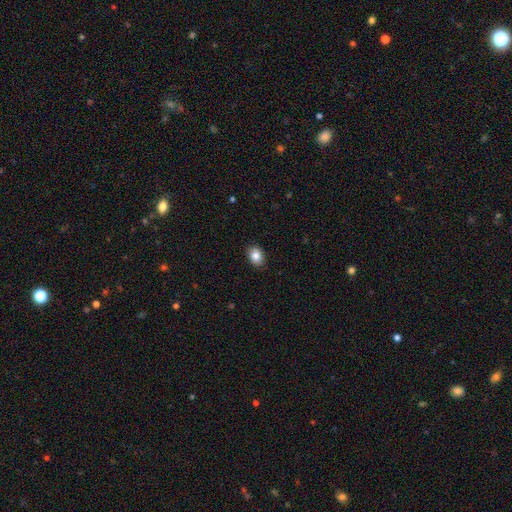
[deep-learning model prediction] smooth_or_featured: smooth (p=0.86) [alt: star or artifact p=0.08]
how_rounded: in between (p=0.72) [alt: round p=0.27]
merging: none (p=0.89) [alt: minor disturbance p=0.08]